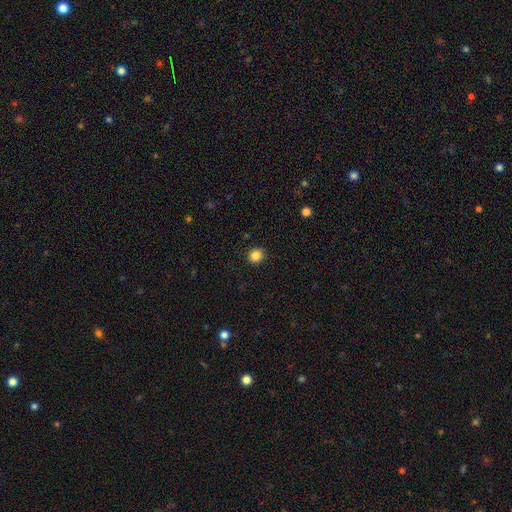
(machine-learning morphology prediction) This appears to be a smooth galaxy with no disk features (86%) that is round (87%). Merging: none (91%).